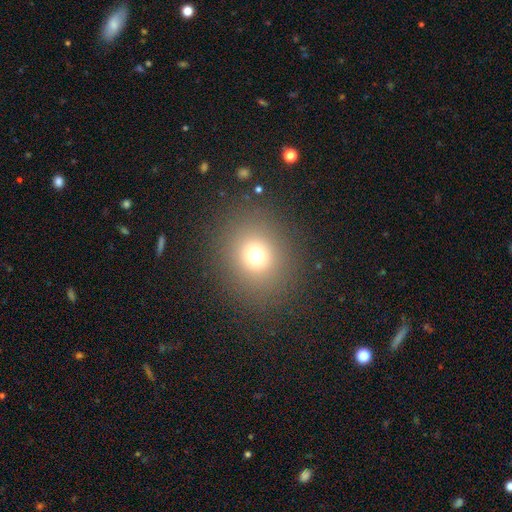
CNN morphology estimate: Smooth or featured? Predicted: smooth (p=0.69). How rounded? Predicted: round (p=0.82). Merging? Predicted: none (p=0.87).